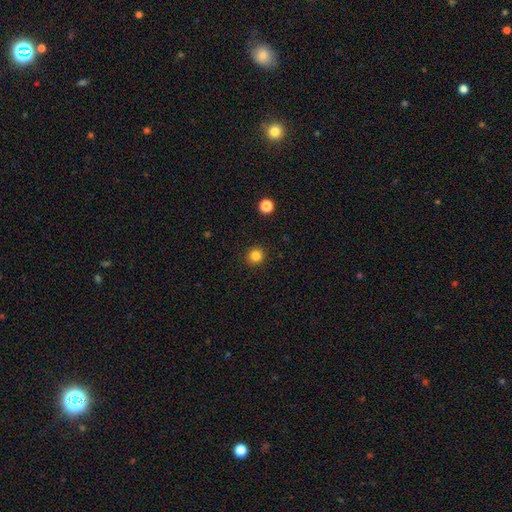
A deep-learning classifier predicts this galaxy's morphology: This is clearly a smooth galaxy (84%). How rounded: clearly round (91%). Merging: clearly none (92%).